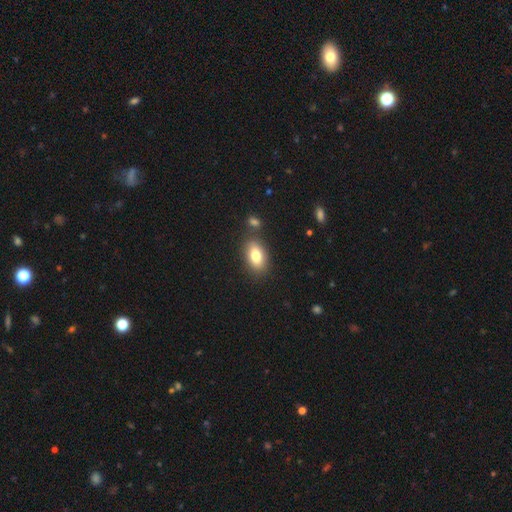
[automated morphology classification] A smooth galaxy with no disk features (80%) that is in between round and cigar-shaped (90%).

Vote fractions:
- Smooth or featured? smooth: 80% / featured or disk: 12% / star or artifact: 8%
- How rounded? in between: 90% / round: 7% / cigar-shaped: 3%
- Merging? none: 78% / minor disturbance: 11% / merger: 8% / major disturbance: 3%